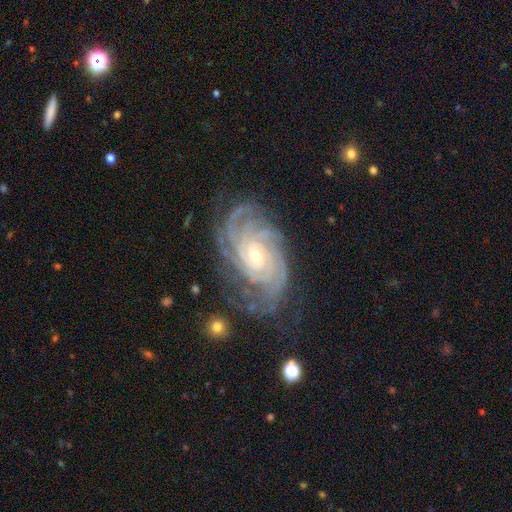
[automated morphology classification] This appears to be a featured or disk galaxy (91%) with no bar (61%), 4 (32%) tight (79%) spiral arms (98%) and a small central bulge (66%). Merging: none (73%).